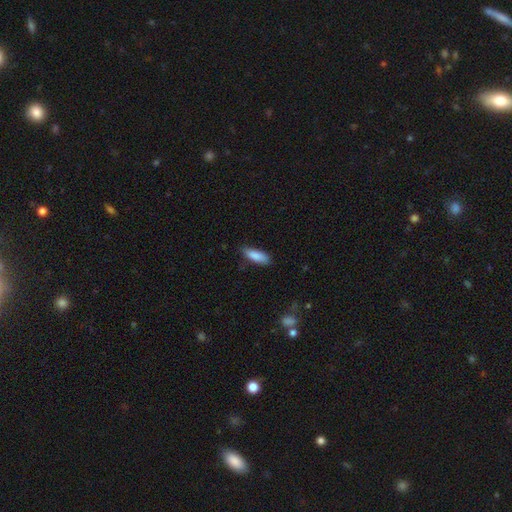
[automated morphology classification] This appears to be a smooth galaxy with no disk features (87%) that is in between round and cigar-shaped (60%). Merging: none (79%).